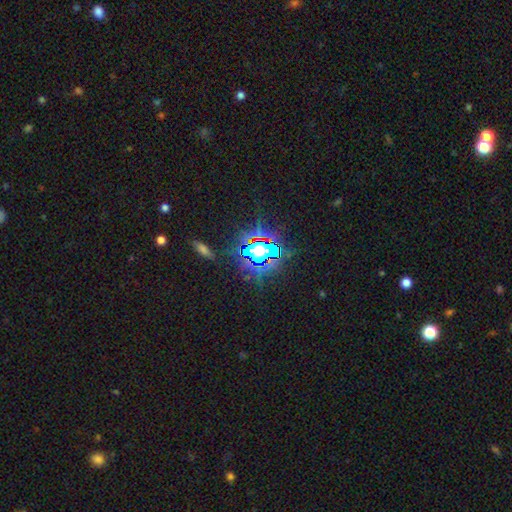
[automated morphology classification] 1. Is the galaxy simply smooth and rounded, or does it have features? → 69% star or artifact, 18% smooth, 12% featured or disk.